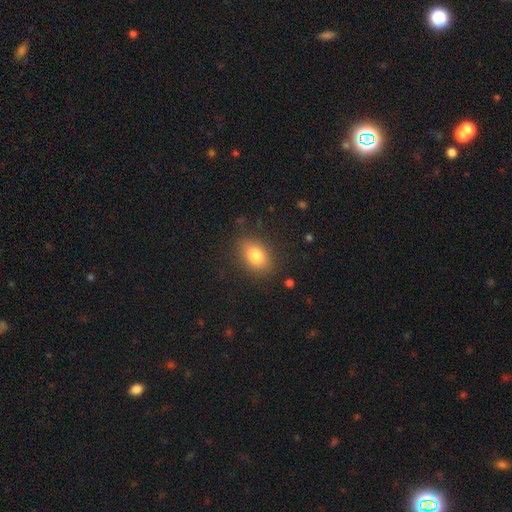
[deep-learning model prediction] smooth_or_featured: smooth (p=0.80) [alt: featured or disk p=0.10]
how_rounded: in between (p=0.74) [alt: round p=0.24]
merging: none (p=0.84) [alt: minor disturbance p=0.11]